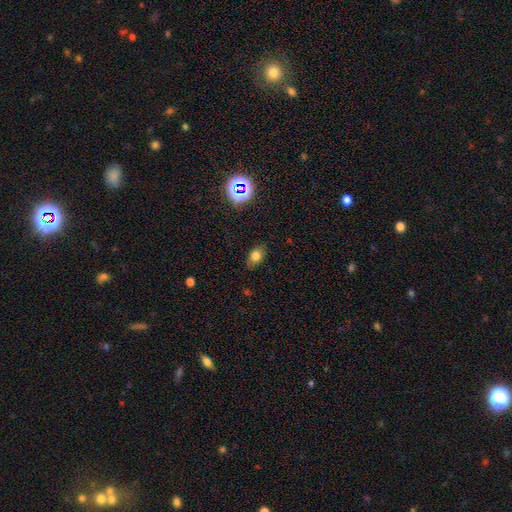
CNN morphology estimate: Smooth or featured: smooth — 74% (star or artifact — 15%)
How rounded: in between — 75% (round — 23%)
Merging: none — 80% (minor disturbance — 15%)